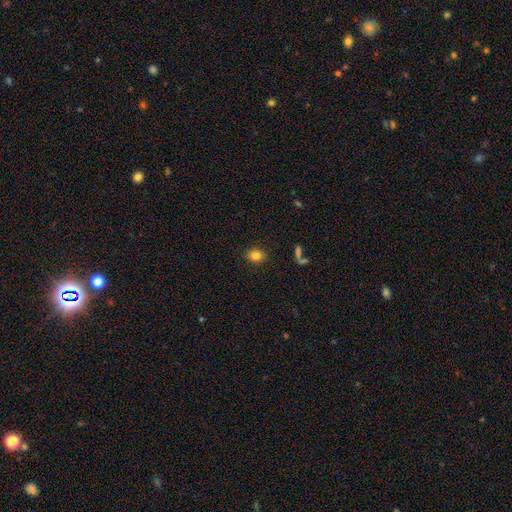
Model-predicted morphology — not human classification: A smooth galaxy with no disk features (83%) that is in between round and cigar-shaped (51%).

Vote fractions:
- Smooth or featured? smooth: 83% / star or artifact: 11% / featured or disk: 7%
- How rounded? in between: 51% / round: 48% / cigar-shaped: 1%
- Merging? none: 88% / minor disturbance: 8% / major disturbance: 2% / merger: 2%